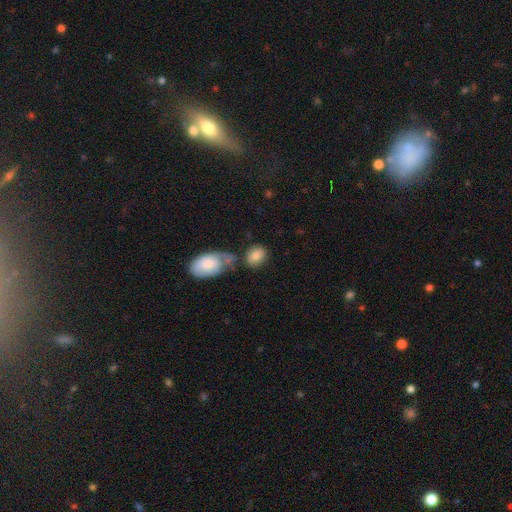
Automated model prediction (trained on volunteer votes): Q: Smooth or featured?
A: smooth (80%); runner-up: featured or disk (13%)
Q: How rounded?
A: in between (65%); runner-up: round (33%)
Q: Merging?
A: none (54%); runner-up: merger (24%)